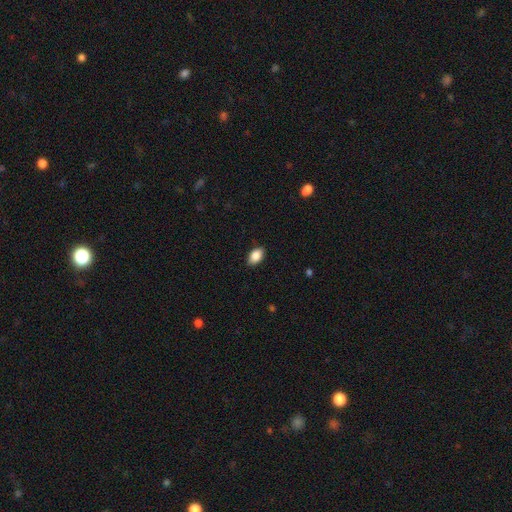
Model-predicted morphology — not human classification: Q: Smooth or featured?
A: smooth (88%); runner-up: star or artifact (7%)
Q: How rounded?
A: in between (91%); runner-up: round (7%)
Q: Merging?
A: none (88%); runner-up: minor disturbance (9%)